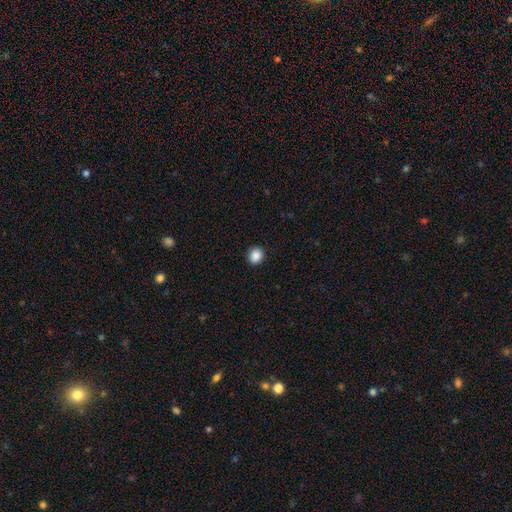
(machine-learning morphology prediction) Smooth or featured: smooth — 88% (star or artifact — 9%)
How rounded: round — 85% (in between — 15%)
Merging: none — 92% (minor disturbance — 5%)